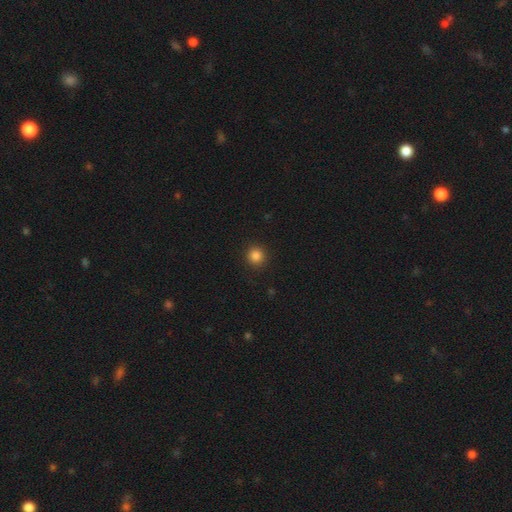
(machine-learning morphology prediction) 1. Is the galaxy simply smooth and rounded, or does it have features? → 84% smooth, 12% star or artifact, 4% featured or disk.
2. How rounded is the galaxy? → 94% round, 5% in between, 1% cigar-shaped.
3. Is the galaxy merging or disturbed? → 92% none, 5% minor disturbance, 2% major disturbance, 1% merger.